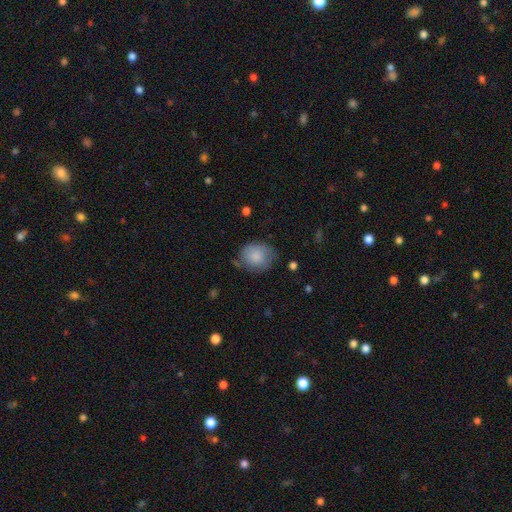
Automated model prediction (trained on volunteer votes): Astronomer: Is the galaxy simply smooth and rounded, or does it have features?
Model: smooth — 82%.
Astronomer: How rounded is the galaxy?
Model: round — 62%.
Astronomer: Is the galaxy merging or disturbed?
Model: none — 62%.